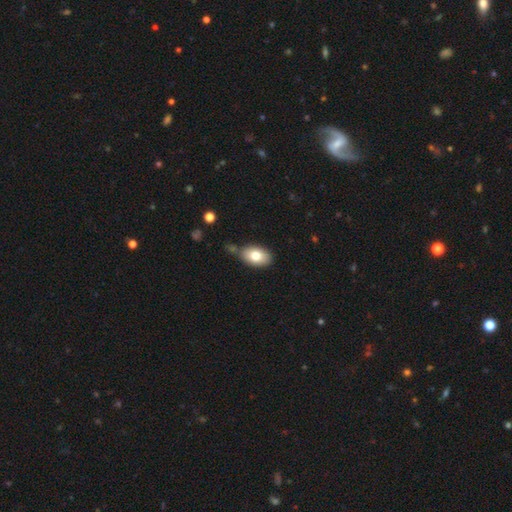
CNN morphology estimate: Smooth or featured: smooth — 77% (featured or disk — 15%)
How rounded: in between — 88% (round — 10%)
Merging: none — 67% (minor disturbance — 18%)